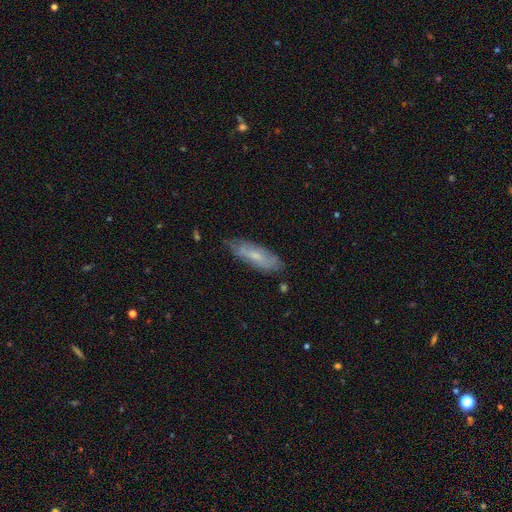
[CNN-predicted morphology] Smooth or featured? Predicted: smooth (p=0.49). Merging? Predicted: none (p=0.72).